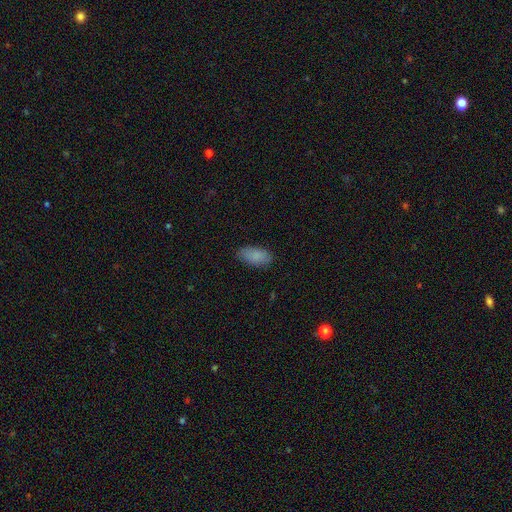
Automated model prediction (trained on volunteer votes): A smooth galaxy with no disk features (87%) that is in between round and cigar-shaped (92%).

Vote fractions:
- Smooth or featured? smooth: 87% / star or artifact: 7% / featured or disk: 6%
- How rounded? in between: 92% / cigar-shaped: 5% / round: 3%
- Merging? none: 83% / minor disturbance: 13% / major disturbance: 3% / merger: 1%